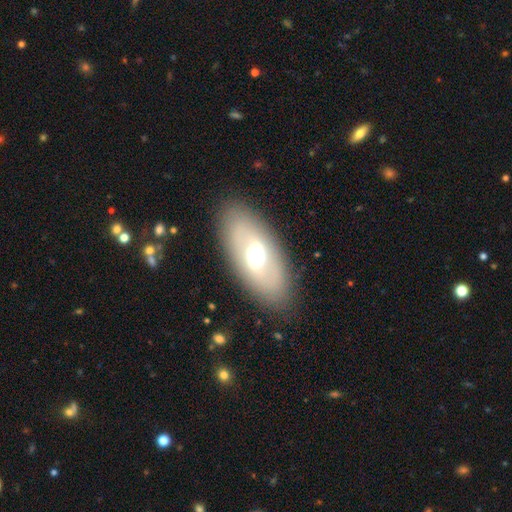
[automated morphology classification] A featured or disk galaxy (49%). Merging: none (85%).